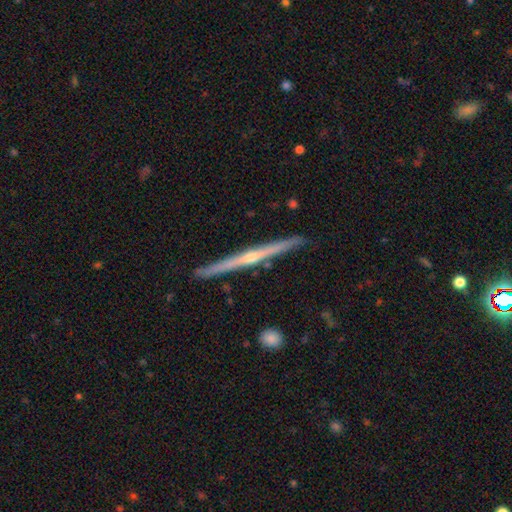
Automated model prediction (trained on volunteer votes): Overall: featured or disk (82%). Edge-on disk: yes (98%). Edge-on bulge: rounded (77%). Merging: none (92%).